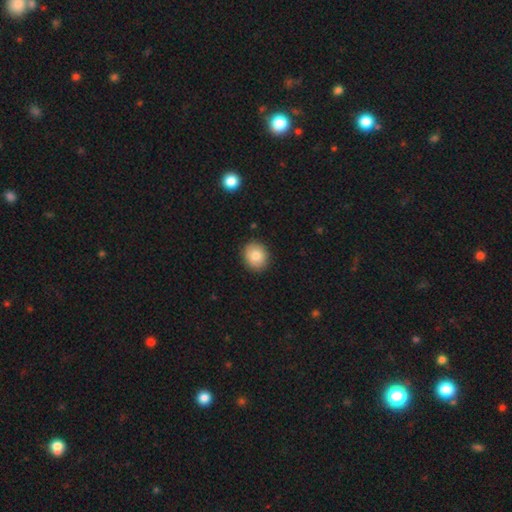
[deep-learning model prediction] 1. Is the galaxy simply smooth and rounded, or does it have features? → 82% smooth, 9% featured or disk, 8% star or artifact.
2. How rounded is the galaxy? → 67% round, 32% in between, 1% cigar-shaped.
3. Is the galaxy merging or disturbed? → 89% none, 8% minor disturbance, 2% major disturbance, 1% merger.